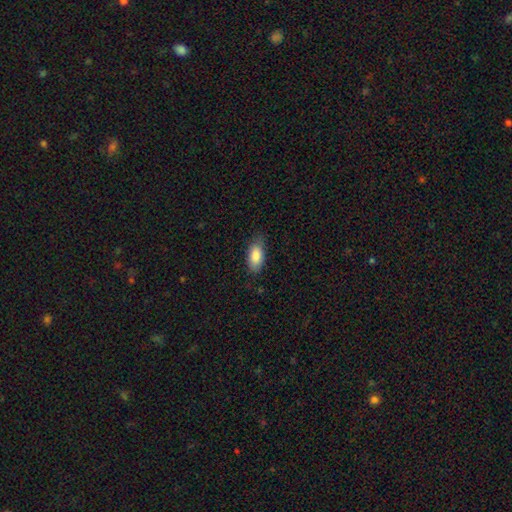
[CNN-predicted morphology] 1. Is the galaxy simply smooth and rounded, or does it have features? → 84% smooth, 9% featured or disk, 7% star or artifact.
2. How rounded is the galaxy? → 90% in between, 7% cigar-shaped, 3% round.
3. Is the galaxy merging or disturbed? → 75% none, 20% minor disturbance, 4% major disturbance, 1% merger.